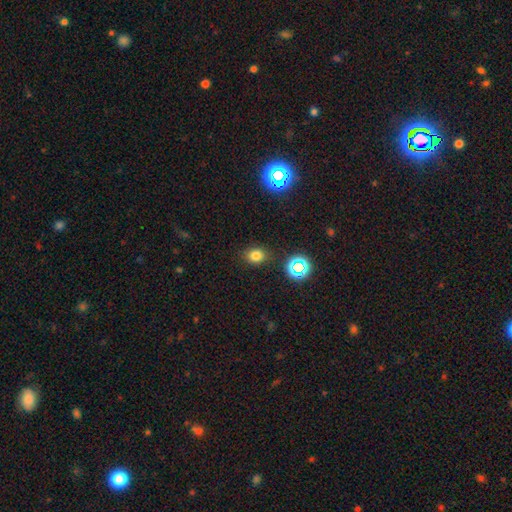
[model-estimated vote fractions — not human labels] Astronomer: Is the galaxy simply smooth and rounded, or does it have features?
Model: smooth — 76%.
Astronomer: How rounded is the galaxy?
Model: round — 54% (runner-up: in between, 45%).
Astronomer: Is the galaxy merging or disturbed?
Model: none — 86%.